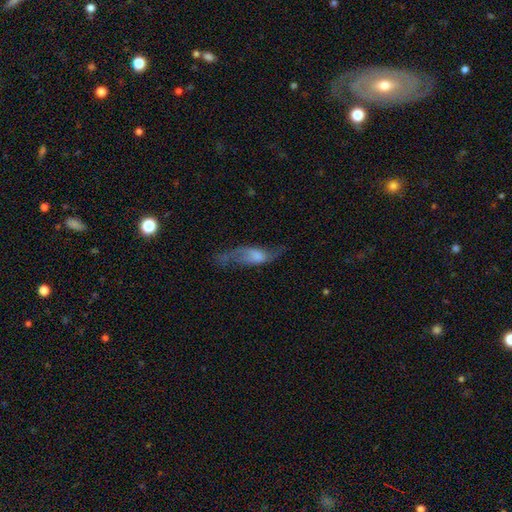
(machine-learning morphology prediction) type=featured or disk (55%); edge-on=no (81%); merging=none (39%).